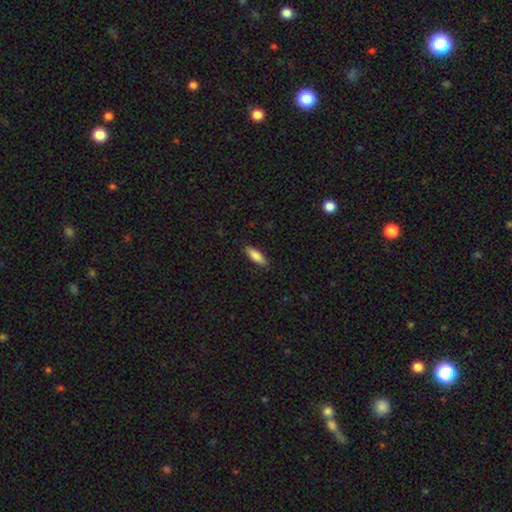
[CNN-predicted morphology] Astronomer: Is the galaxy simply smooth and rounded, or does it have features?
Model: smooth — 80%.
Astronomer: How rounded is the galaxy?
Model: in between — 51% (runner-up: cigar-shaped, 47%).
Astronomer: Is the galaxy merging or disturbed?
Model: none — 86%.